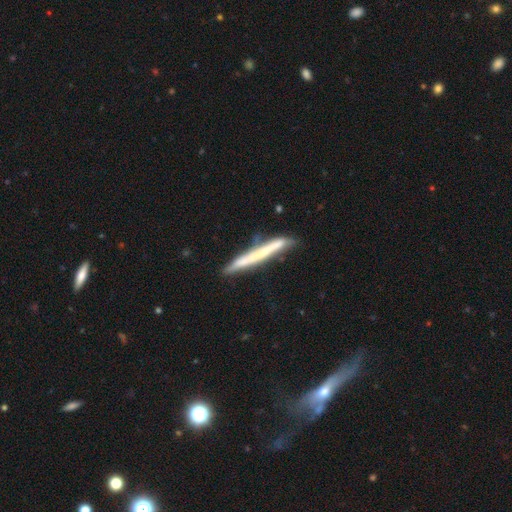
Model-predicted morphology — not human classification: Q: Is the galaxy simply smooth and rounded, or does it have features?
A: featured or disk — 48%.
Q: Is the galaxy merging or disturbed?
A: none — 76%.